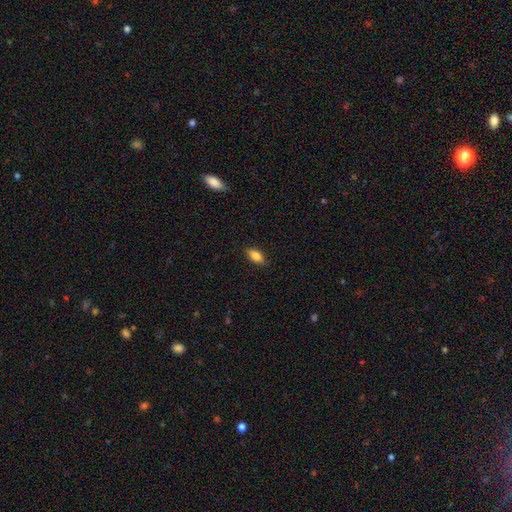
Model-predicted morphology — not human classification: Q: Smooth or featured?
A: smooth (85%); runner-up: star or artifact (8%)
Q: How rounded?
A: in between (87%); runner-up: cigar-shaped (9%)
Q: Merging?
A: none (87%); runner-up: minor disturbance (10%)